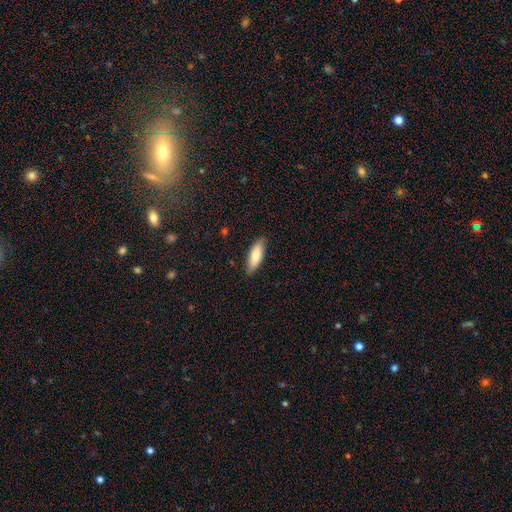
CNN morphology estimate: A smooth galaxy with no disk features (78%) that is in between round and cigar-shaped (59%).

Vote fractions:
- Smooth or featured? smooth: 78% / featured or disk: 16% / star or artifact: 6%
- How rounded? in between: 59% / cigar-shaped: 39% / round: 2%
- Merging? none: 86% / minor disturbance: 11% / major disturbance: 2% / merger: 1%